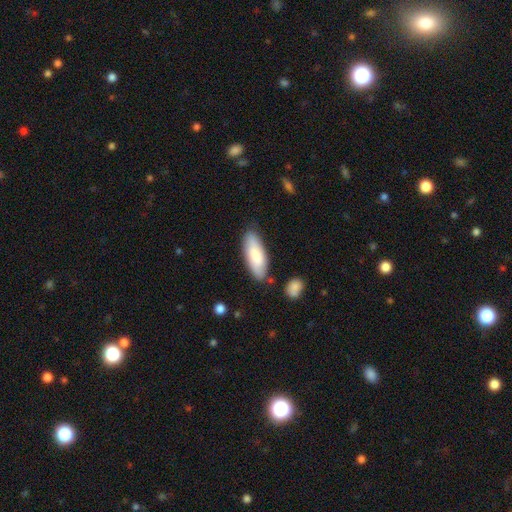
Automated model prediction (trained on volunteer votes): Smooth or featured?
  - smooth: 78% *
  - featured or disk: 16%
  - star or artifact: 6%
How rounded?
  - in between: 63% *
  - cigar-shaped: 35%
  - round: 2%
Merging?
  - none: 81% *
  - minor disturbance: 13%
  - merger: 3%
  - major disturbance: 3%